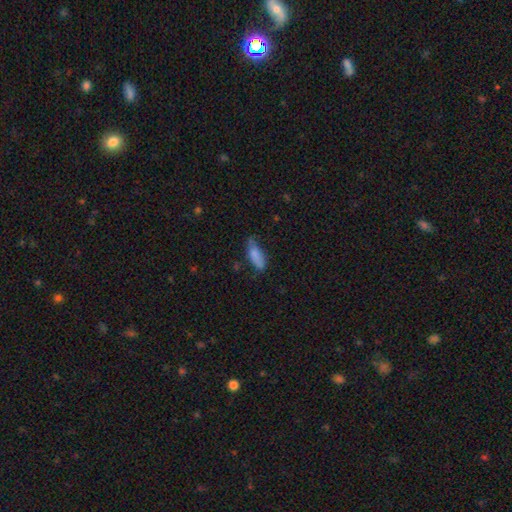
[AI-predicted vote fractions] Overall: smooth (81%). How rounded: in between (64%; cigar-shaped 33%). Merging: none (54%; minor disturbance 33%).